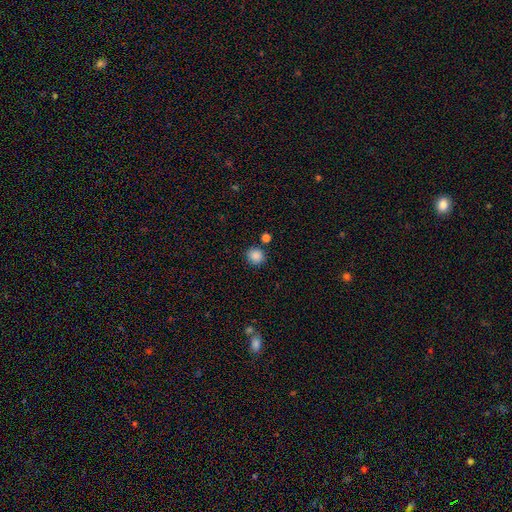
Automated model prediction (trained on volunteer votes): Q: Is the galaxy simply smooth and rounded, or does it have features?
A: smooth — 86%.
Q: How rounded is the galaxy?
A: round — 89%.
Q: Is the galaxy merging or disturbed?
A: none — 83%.